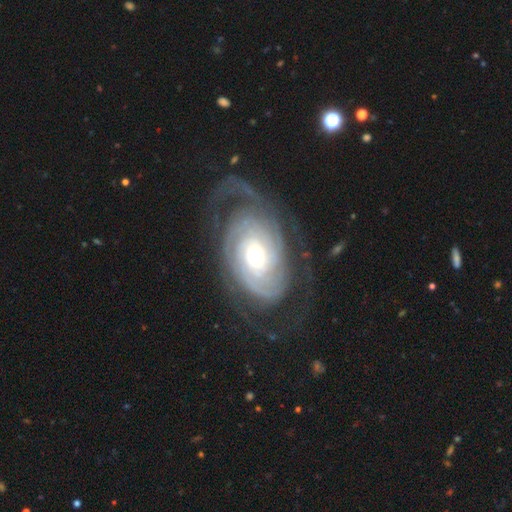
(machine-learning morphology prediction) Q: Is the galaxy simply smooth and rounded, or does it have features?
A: featured or disk — 89%.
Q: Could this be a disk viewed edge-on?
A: no — 96%.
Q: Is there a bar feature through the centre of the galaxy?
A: no — 68%.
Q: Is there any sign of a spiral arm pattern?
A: yes — 96%.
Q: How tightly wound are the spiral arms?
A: tight — 71%.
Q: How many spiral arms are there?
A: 2 — 33%.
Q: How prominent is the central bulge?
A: moderate — 60%.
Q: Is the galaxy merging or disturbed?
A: none — 64%.